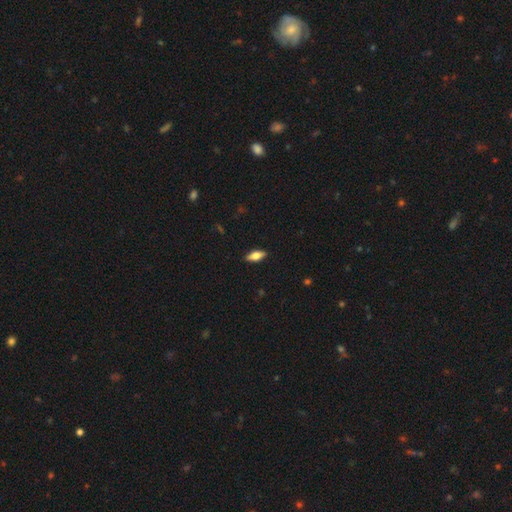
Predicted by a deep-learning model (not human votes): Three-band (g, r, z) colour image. It shows a smooth galaxy with no disk features (72%) that is in between round and cigar-shaped (80%). Merging: none (89%).